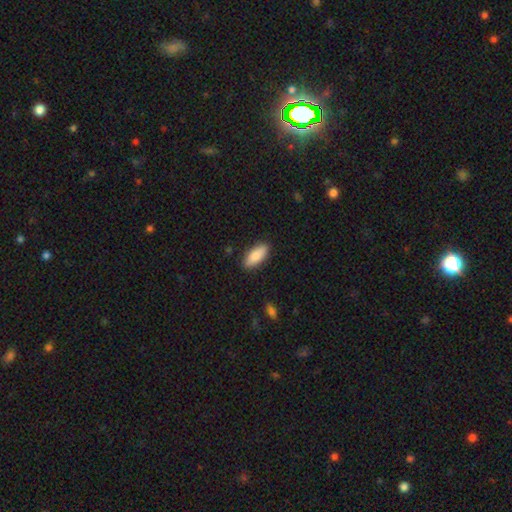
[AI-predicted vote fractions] Smooth or featured? smooth (84%)
How rounded? in between (79%)
Merging? none (88%)